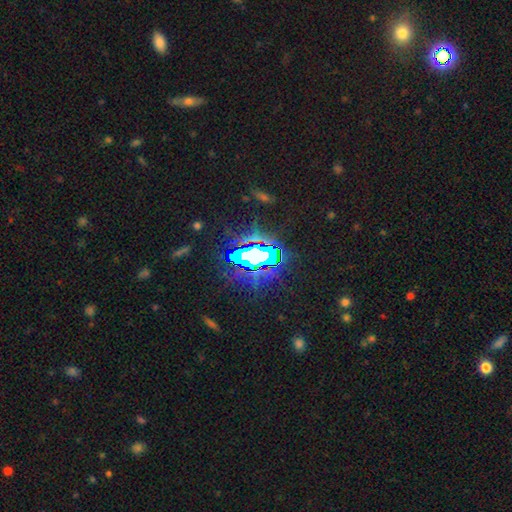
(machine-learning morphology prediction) Smooth or featured? Predicted: star or artifact (p=0.73).